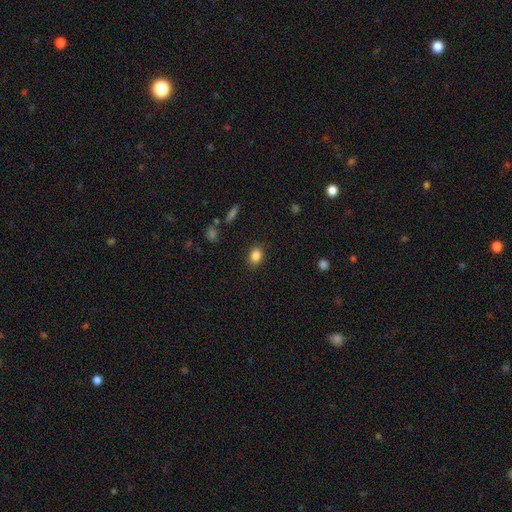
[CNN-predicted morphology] smooth-or-featured: smooth: 86% | star or artifact: 10% | featured or disk: 5%
  how-rounded: in between: 63% | round: 36% | cigar-shaped: 1%
  merging: none: 86% | minor disturbance: 10% | major disturbance: 3% | merger: 1%